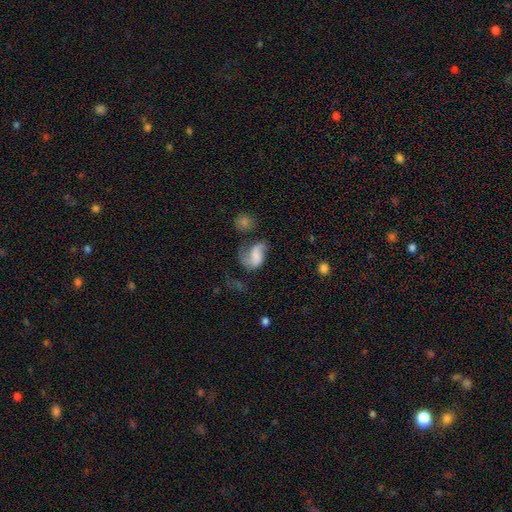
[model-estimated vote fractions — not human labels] smooth 47%, featured or disk 43%, star or artifact 10%. Down the decision tree: merging — major disturbance (38%).